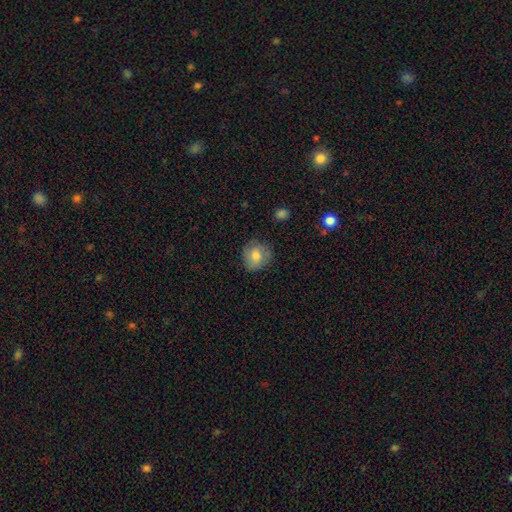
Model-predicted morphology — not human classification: smooth-or-featured: smooth: 75% | featured or disk: 17% | star or artifact: 8%
  how-rounded: round: 83% | in between: 16% | cigar-shaped: 1%
  merging: none: 78% | minor disturbance: 17% | major disturbance: 4% | merger: 1%